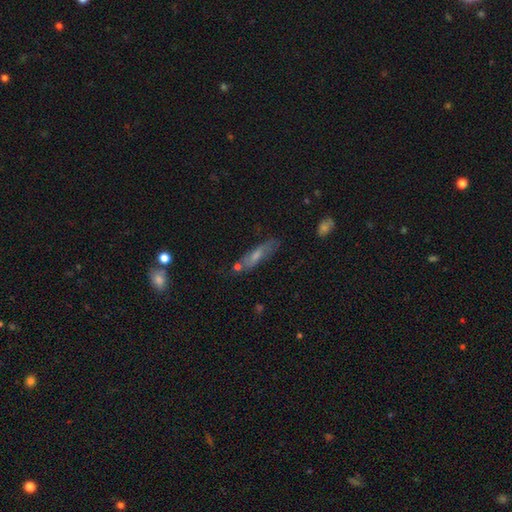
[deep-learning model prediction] This appears to be a smooth galaxy with no disk features (49%). Merging: none (64%).